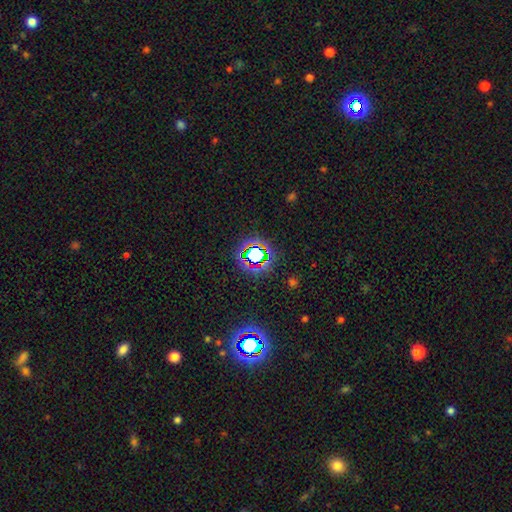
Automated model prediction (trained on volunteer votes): smooth_or_featured: star or artifact (p=0.65) [alt: smooth p=0.23]